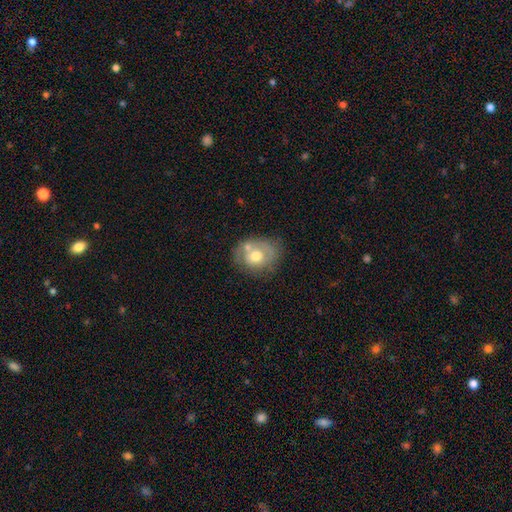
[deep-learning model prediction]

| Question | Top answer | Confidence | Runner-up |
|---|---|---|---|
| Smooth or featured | smooth | 53% | featured or disk (40%) |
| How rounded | round | 58% | in between (41%) |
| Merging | none | 45% | minor disturbance (23%) |